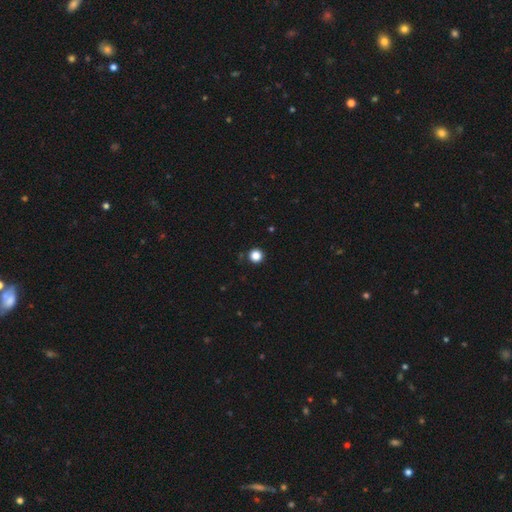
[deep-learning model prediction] Overall: smooth (85%). How rounded: round (96%). Merging: none (92%).